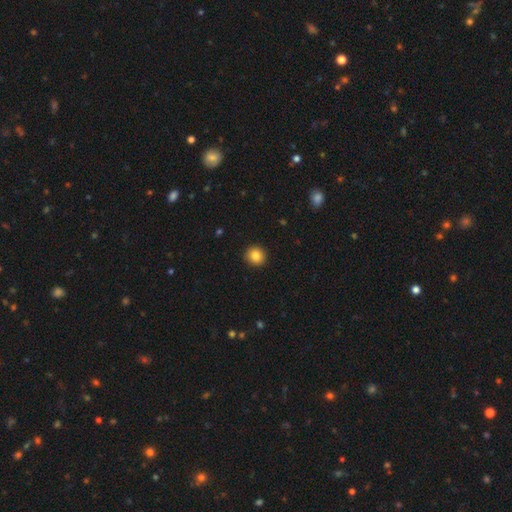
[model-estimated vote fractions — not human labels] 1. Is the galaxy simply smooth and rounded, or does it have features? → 84% smooth, 10% star or artifact, 6% featured or disk.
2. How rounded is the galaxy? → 93% round, 6% in between, 1% cigar-shaped.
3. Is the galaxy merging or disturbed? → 93% none, 5% minor disturbance, 1% major disturbance, 1% merger.